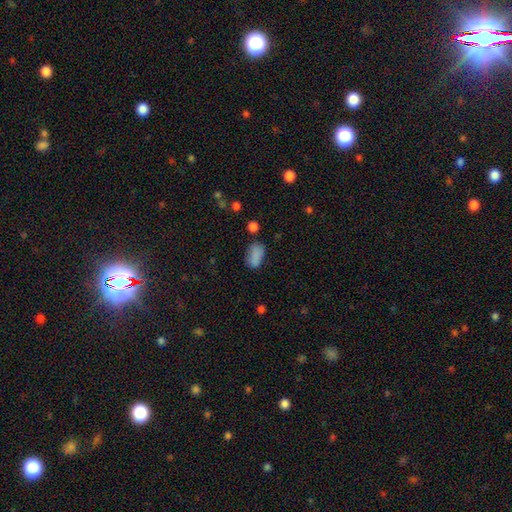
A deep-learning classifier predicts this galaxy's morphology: Smooth or featured? smooth (82%)
How rounded? in between (90%)
Merging? none (62%)